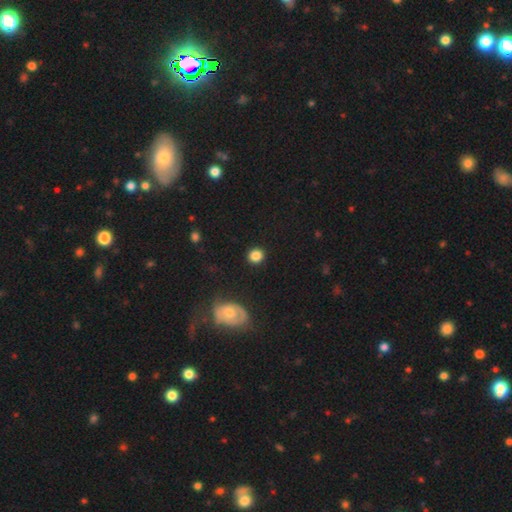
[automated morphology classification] Smooth or featured? smooth (85%)
How rounded? round (87%)
Merging? none (90%)